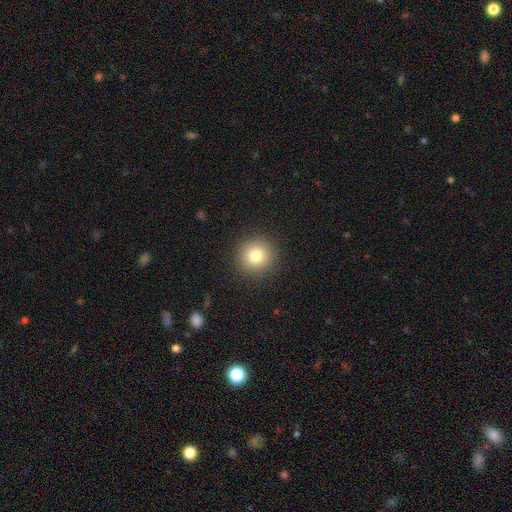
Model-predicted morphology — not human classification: The model was most divided on "smooth or featured": smooth: 80%, star or artifact: 11%, featured or disk: 9%. More confident: how rounded — round (94%); merging — none (91%).